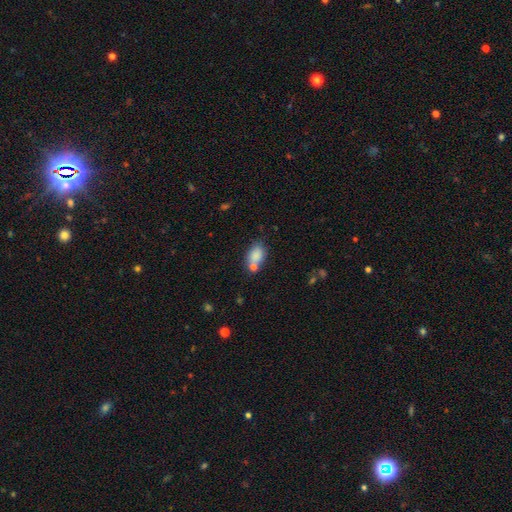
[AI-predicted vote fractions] Morphology: type=smooth (84%); roundness=in between (83%); merging=none (58%).